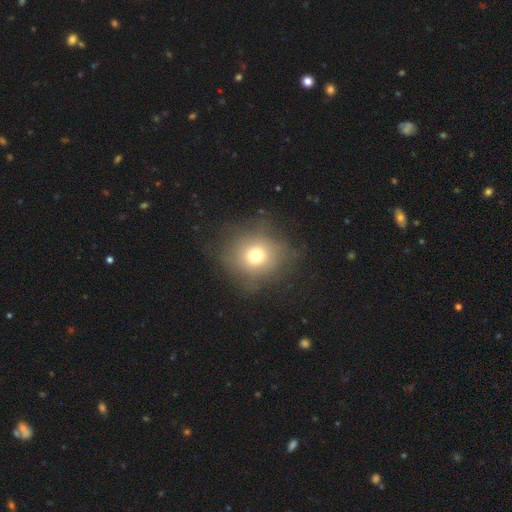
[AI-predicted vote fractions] smooth 69%, featured or disk 16%, star or artifact 15%. Down the decision tree: how rounded — round (83%); merging — none (72%).